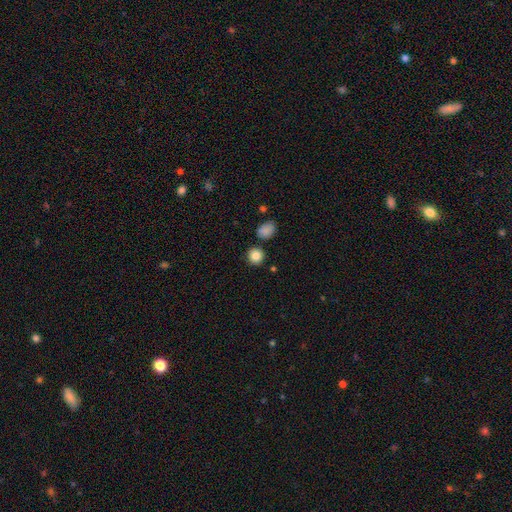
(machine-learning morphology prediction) This appears to be a smooth galaxy with no disk features (85%) that is round (90%). Merging: none (85%).